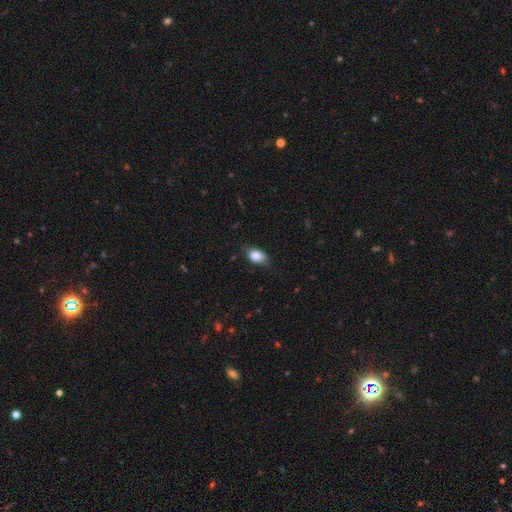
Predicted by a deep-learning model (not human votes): This is clearly a smooth galaxy (82%). How rounded: clearly in between (81%). Merging: likely none (71%).